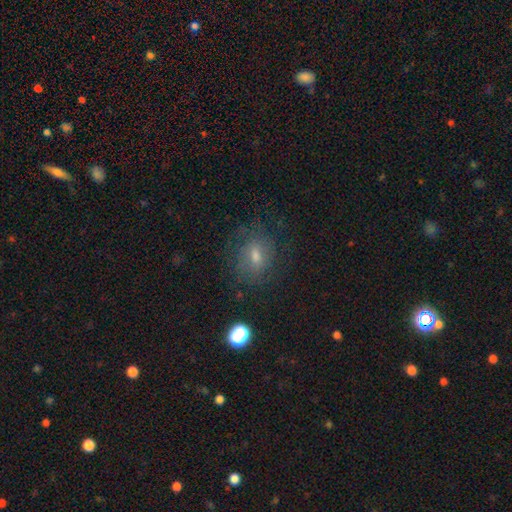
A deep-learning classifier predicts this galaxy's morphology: Smooth or featured? Predicted: smooth (p=0.58). How rounded? Predicted: in between (p=0.54). Merging? Predicted: none (p=0.70).